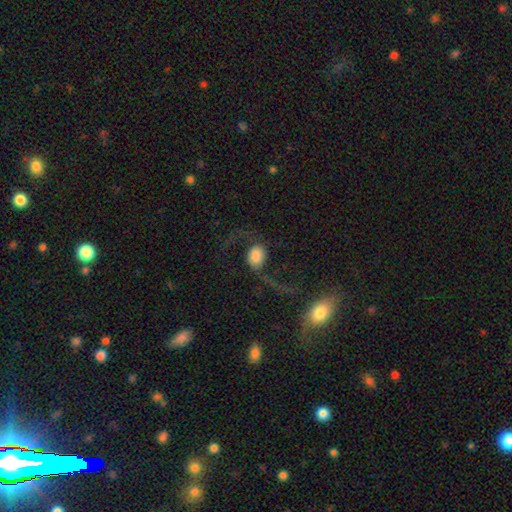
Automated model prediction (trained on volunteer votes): Morphology: type=featured or disk (48%); merging=none (43%).